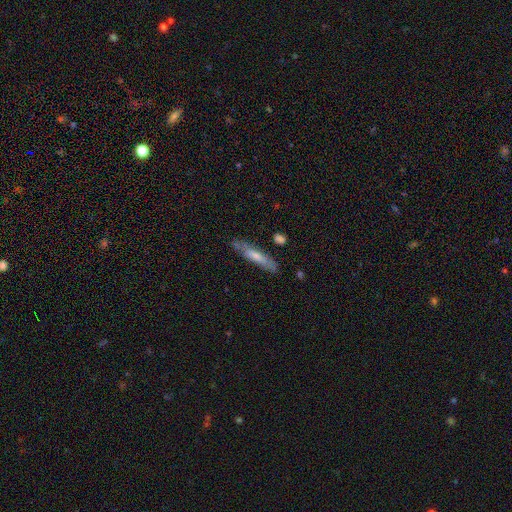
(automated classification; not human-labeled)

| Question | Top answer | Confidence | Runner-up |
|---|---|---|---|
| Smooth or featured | smooth | 47% | featured or disk (45%) |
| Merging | none | 77% | minor disturbance (17%) |